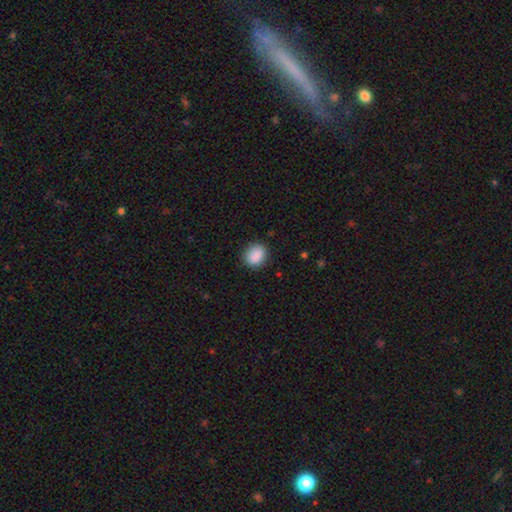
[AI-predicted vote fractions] Q: Smooth or featured?
A: smooth (89%); runner-up: star or artifact (8%)
Q: How rounded?
A: round (53%); runner-up: in between (46%)
Q: Merging?
A: none (85%); runner-up: minor disturbance (11%)